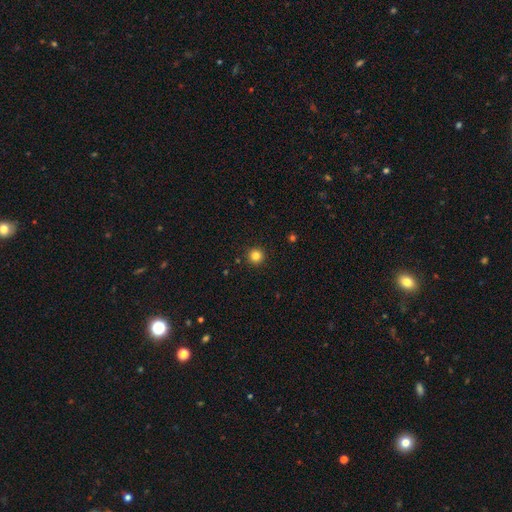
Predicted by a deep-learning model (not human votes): A smooth galaxy with no disk features (83%) that is round (96%). Merging: none (93%).